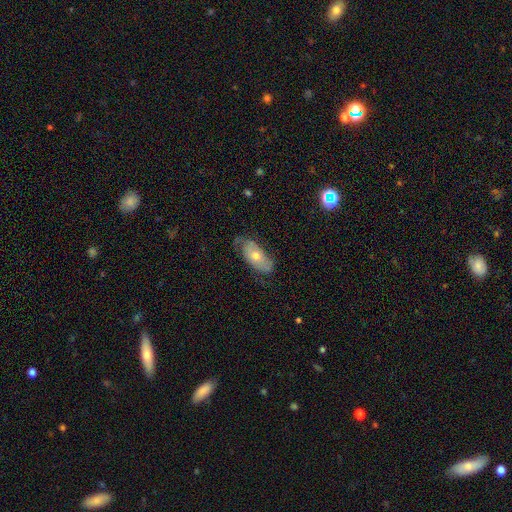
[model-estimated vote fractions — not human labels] A featured or disk galaxy (53%).

Vote fractions:
- Smooth or featured? featured or disk: 53% / smooth: 39% / star or artifact: 8%
- Edge-on disk? no: 85% / yes: 15%
- Merging? none: 63% / minor disturbance: 25% / major disturbance: 10% / merger: 1%